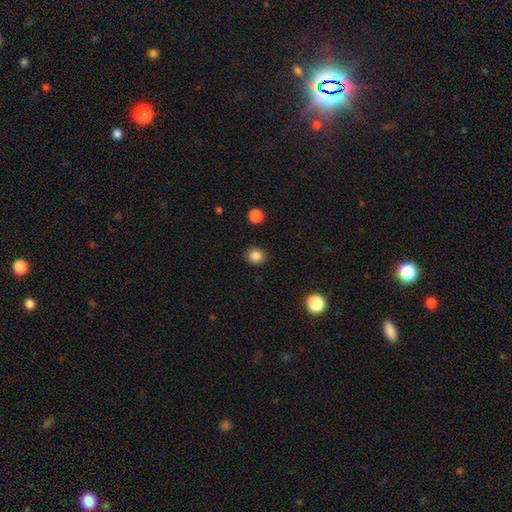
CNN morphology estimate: Smooth or featured? Predicted: smooth (p=0.85). How rounded? Predicted: round (p=0.82). Merging? Predicted: none (p=0.90).